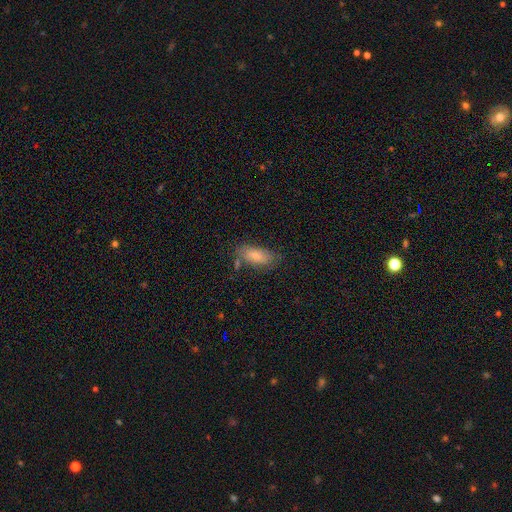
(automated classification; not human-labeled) Smooth or featured? Predicted: smooth (p=0.80). How rounded? Predicted: in between (p=0.86). Merging? Predicted: none (p=0.66).